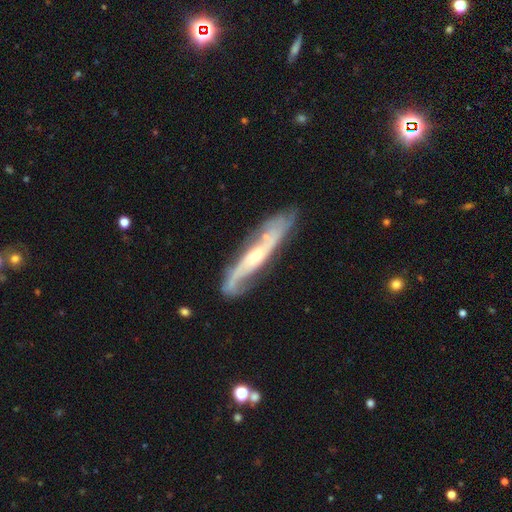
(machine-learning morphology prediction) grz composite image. It shows a featured or disk galaxy (79%). Merging: none (74%).